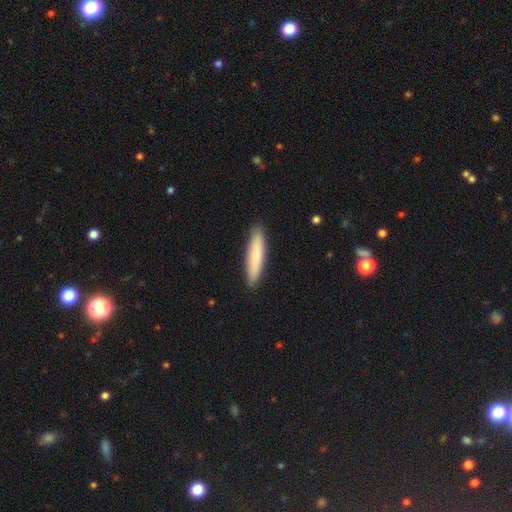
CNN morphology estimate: Smooth or featured?
  - smooth: 80% *
  - featured or disk: 14%
  - star or artifact: 6%
How rounded?
  - cigar-shaped: 87% *
  - in between: 12%
  - round: 1%
Merging?
  - none: 91% *
  - minor disturbance: 6%
  - major disturbance: 1%
  - merger: 1%